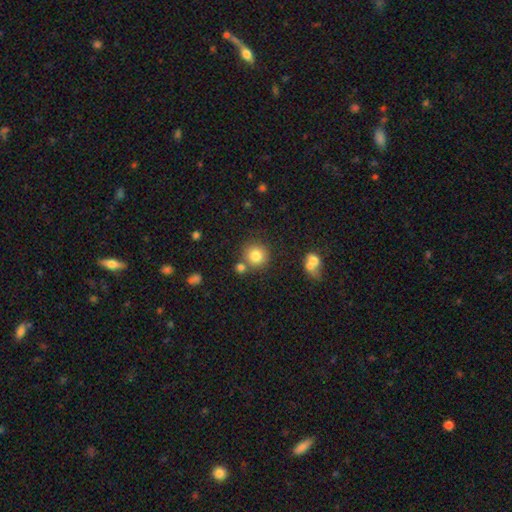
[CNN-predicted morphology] Smooth or featured: smooth — 82% (star or artifact — 11%)
How rounded: round — 91% (in between — 8%)
Merging: none — 73% (merger — 14%)